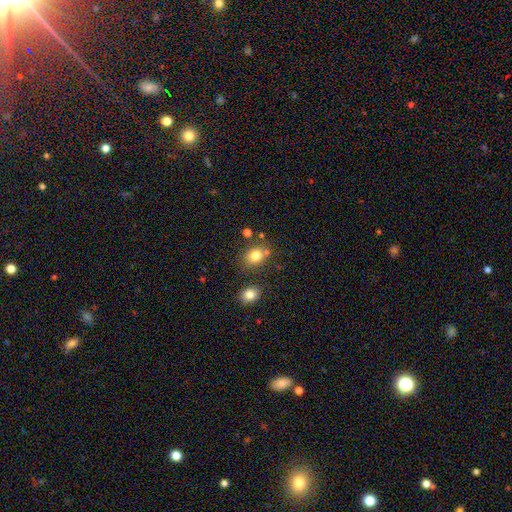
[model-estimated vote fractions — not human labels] Smooth or featured? Predicted: smooth (p=0.80). How rounded? Predicted: round (p=0.51). Merging? Predicted: none (p=0.68).